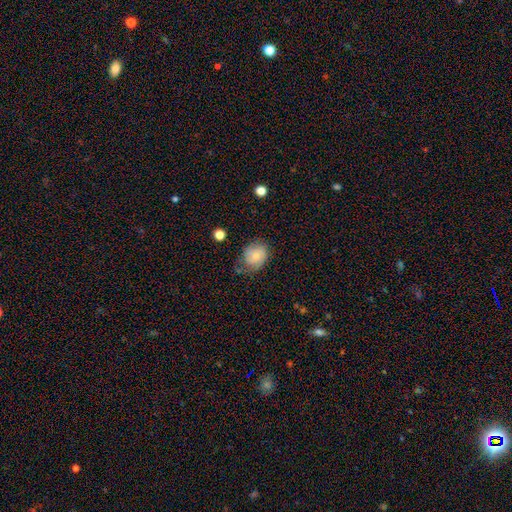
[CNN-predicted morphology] This is likely a smooth galaxy (68%). How rounded: possibly round (53%). Merging: possibly none (56%).